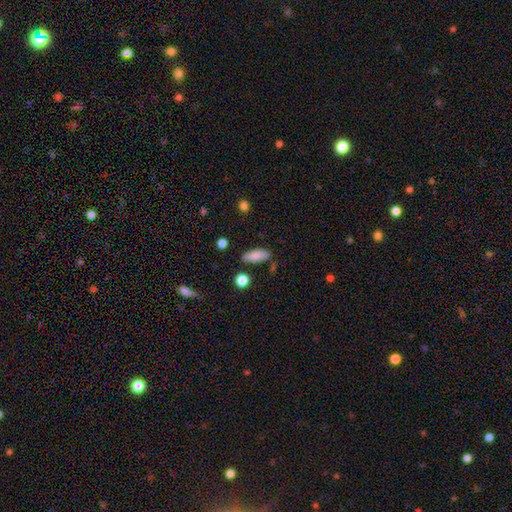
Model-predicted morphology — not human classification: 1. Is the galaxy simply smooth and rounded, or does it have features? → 85% smooth, 8% featured or disk, 8% star or artifact.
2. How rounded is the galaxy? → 78% in between, 19% cigar-shaped, 3% round.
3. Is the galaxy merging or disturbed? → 77% none, 15% minor disturbance, 4% merger, 4% major disturbance.